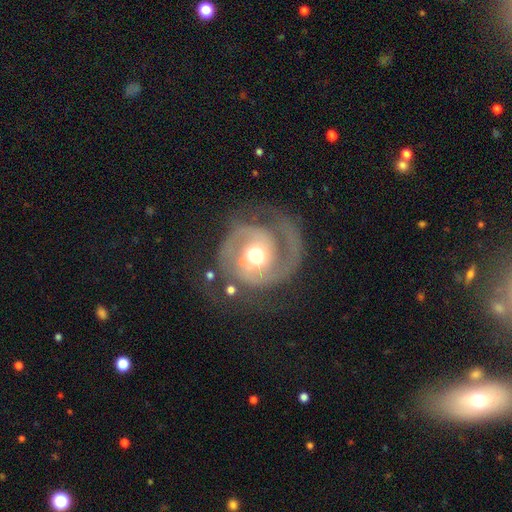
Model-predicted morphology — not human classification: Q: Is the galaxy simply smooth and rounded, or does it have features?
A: featured or disk — 84%.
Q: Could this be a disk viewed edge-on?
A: no — 98%.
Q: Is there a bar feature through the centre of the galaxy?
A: no — 64%.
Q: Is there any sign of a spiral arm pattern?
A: yes — 92%.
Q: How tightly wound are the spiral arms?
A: medium — 45%.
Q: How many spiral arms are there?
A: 2 — 67%.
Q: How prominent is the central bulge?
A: moderate — 64%.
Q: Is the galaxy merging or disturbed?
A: none — 58%.